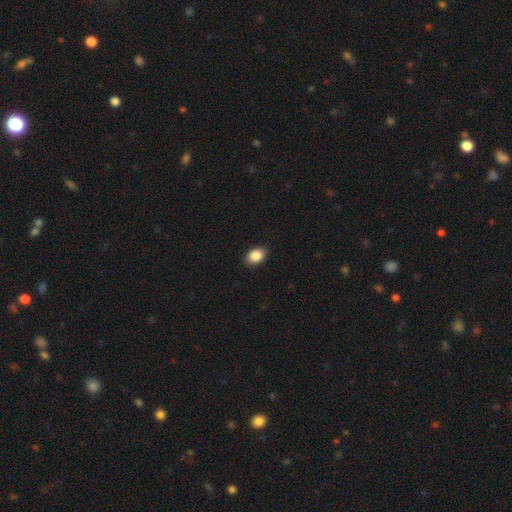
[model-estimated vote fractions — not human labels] smooth 88%, star or artifact 8%, featured or disk 4%. Down the decision tree: how rounded — in between (80%); merging — none (88%).